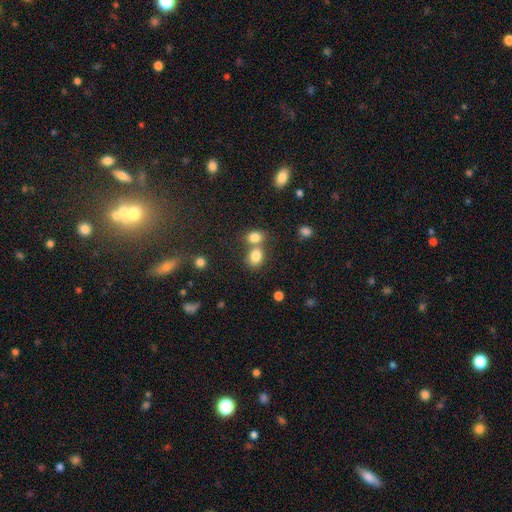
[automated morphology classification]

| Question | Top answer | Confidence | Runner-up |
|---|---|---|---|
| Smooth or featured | smooth | 81% | star or artifact (11%) |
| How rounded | in between | 55% | round (44%) |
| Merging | merger | 46% | none (41%) |